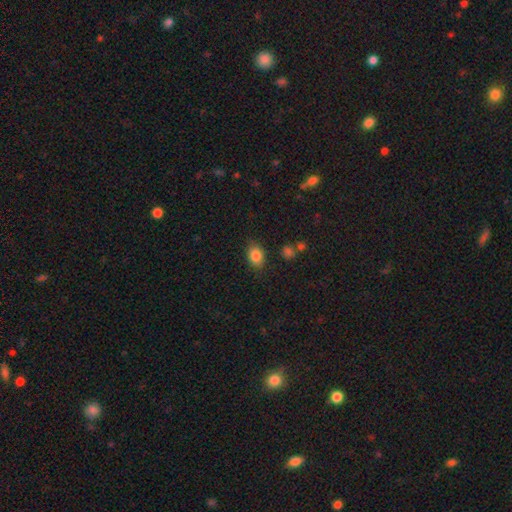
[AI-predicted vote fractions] Overall: smooth (85%). How rounded: in between (68%; round 30%). Merging: none (83%).